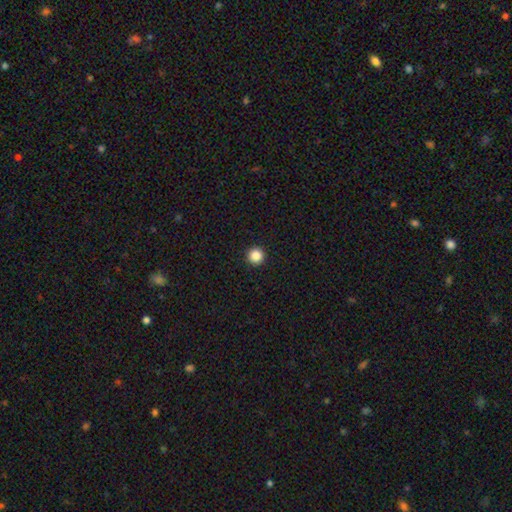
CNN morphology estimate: smooth 86%, star or artifact 11%, featured or disk 3%. Down the decision tree: how rounded — round (97%); merging — none (94%).